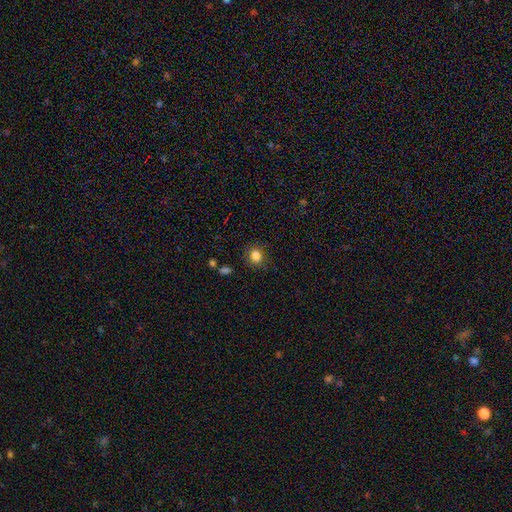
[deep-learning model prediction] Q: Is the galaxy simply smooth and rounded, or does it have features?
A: smooth — 84%.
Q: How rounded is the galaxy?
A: round — 79%.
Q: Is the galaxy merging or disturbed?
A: none — 84%.